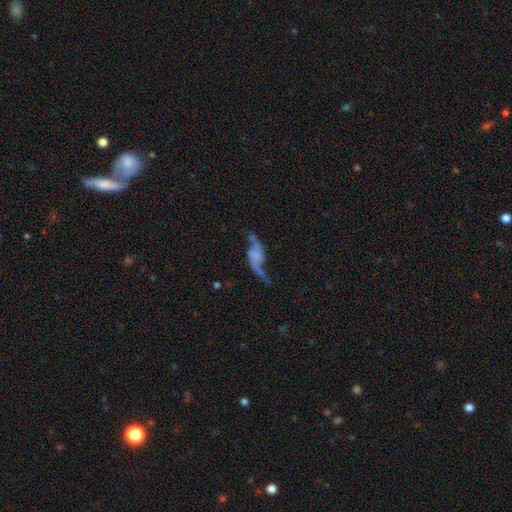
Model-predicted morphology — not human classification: A featured or disk galaxy (77%) with no bar (64%), 2 (90%) loose (91%) spiral arms (88%) and no central bulge (67%). Merging: none (52%).